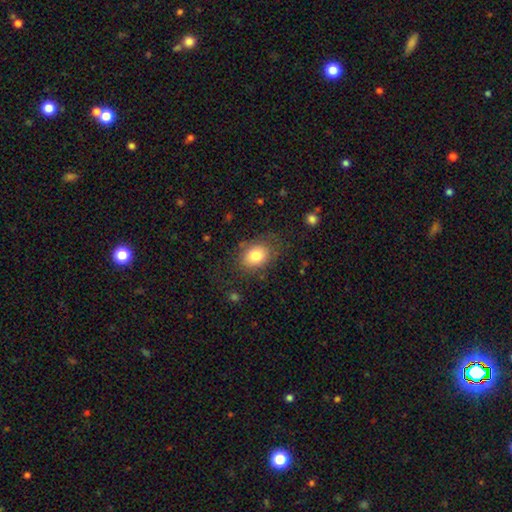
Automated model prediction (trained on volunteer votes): Smooth or featured? smooth (78%)
How rounded? in between (64%)
Merging? none (73%)